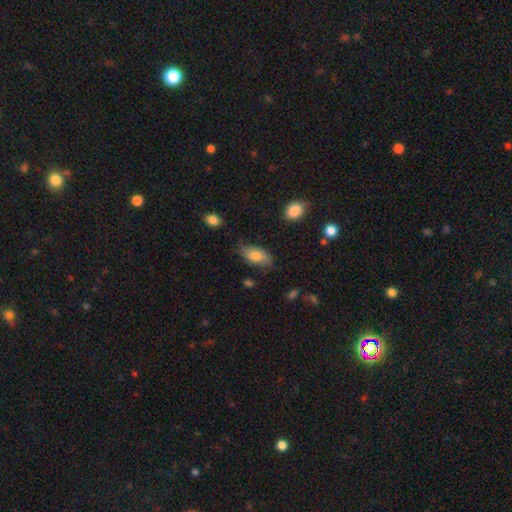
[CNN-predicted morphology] smooth_or_featured: smooth (p=0.75) [alt: featured or disk p=0.18]
how_rounded: in between (p=0.93) [alt: cigar-shaped p=0.04]
merging: none (p=0.66) [alt: minor disturbance p=0.26]